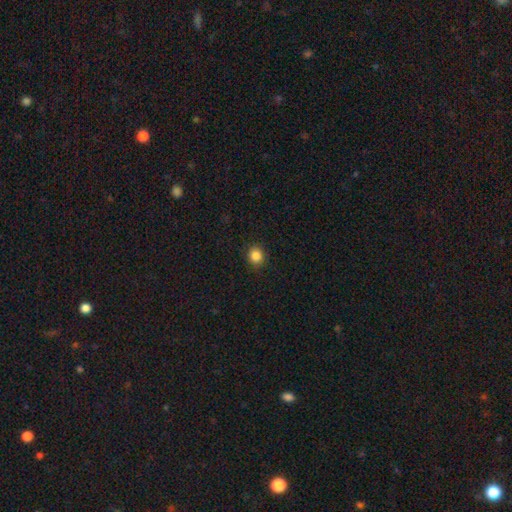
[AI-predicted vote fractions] Overall: smooth (85%). How rounded: round (81%). Merging: none (91%).